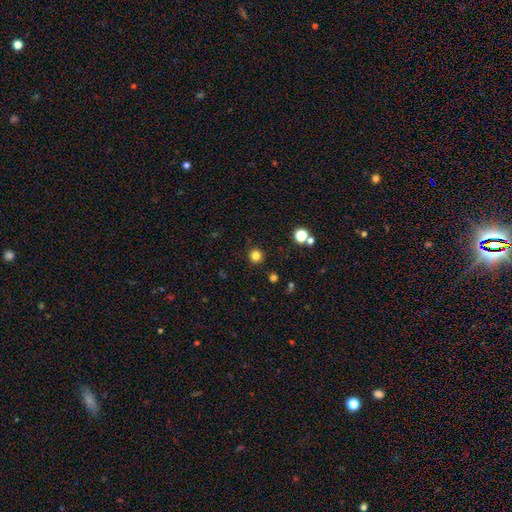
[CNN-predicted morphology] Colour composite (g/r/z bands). It shows a smooth galaxy with no disk features (81%) that is round (95%). Merging: none (91%).